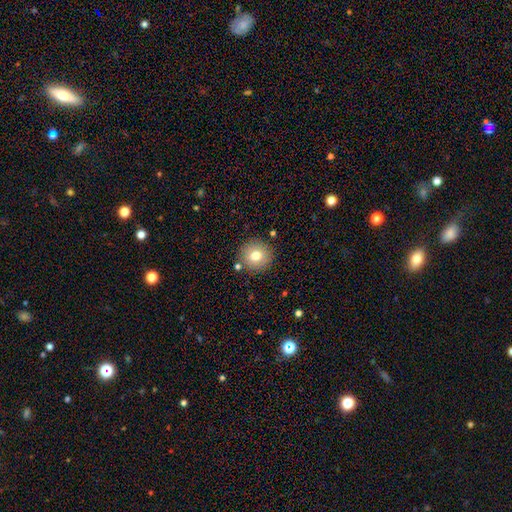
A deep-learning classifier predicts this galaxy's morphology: The model was most divided on "smooth or featured": smooth: 76%, featured or disk: 13%, star or artifact: 11%. More confident: how rounded — round (94%); merging — none (87%).